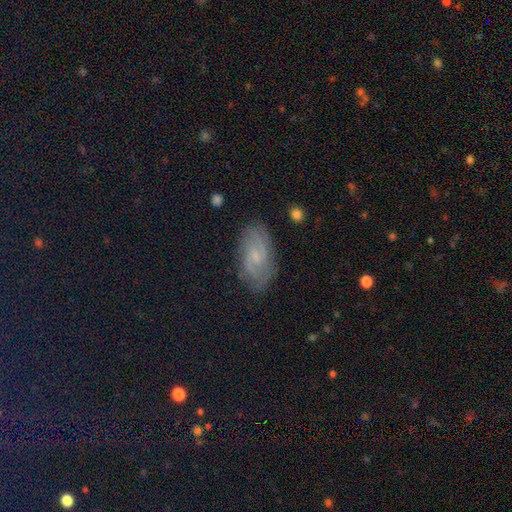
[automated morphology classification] Smooth or featured?
  - featured or disk: 56% *
  - smooth: 32%
  - star or artifact: 12%
Edge-on disk?
  - no: 94% *
  - yes: 6%
Bar?
  - no: 50% *
  - weak: 44%
  - strong: 7%
Spiral arms?
  - yes: 85% *
  - no: 15%
Bulge size?
  - small: 68% *
  - moderate: 19%
  - none: 11%
  - large: 1%
  - dominant: 1%
Merging?
  - none: 81% *
  - minor disturbance: 14%
  - major disturbance: 4%
  - merger: 1%